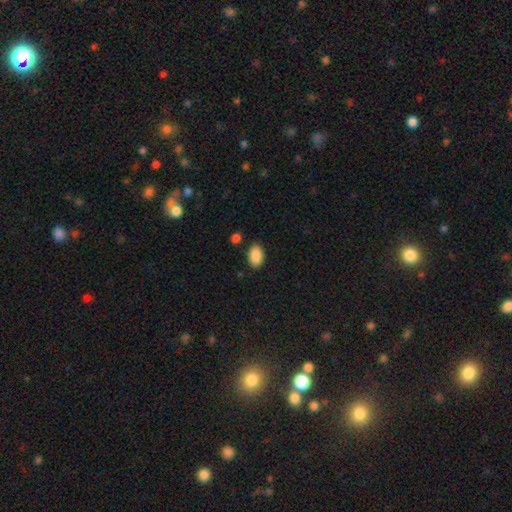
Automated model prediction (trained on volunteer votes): smooth_or_featured: smooth (p=0.90) [alt: star or artifact p=0.07]
how_rounded: in between (p=0.92) [alt: round p=0.06]
merging: none (p=0.85) [alt: minor disturbance p=0.10]